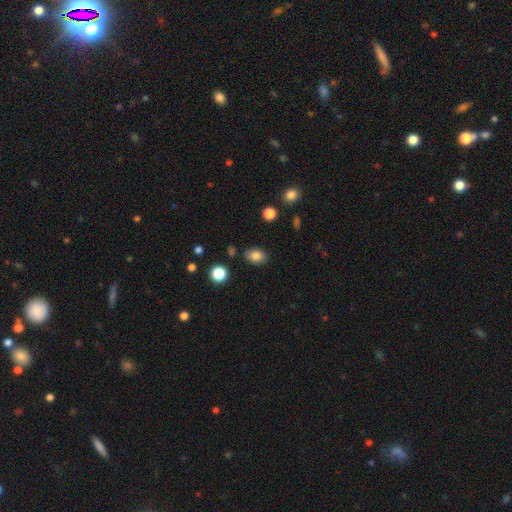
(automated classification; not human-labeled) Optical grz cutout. It shows a smooth galaxy with no disk features (83%) that is in between round and cigar-shaped (74%). Merging: none (83%).